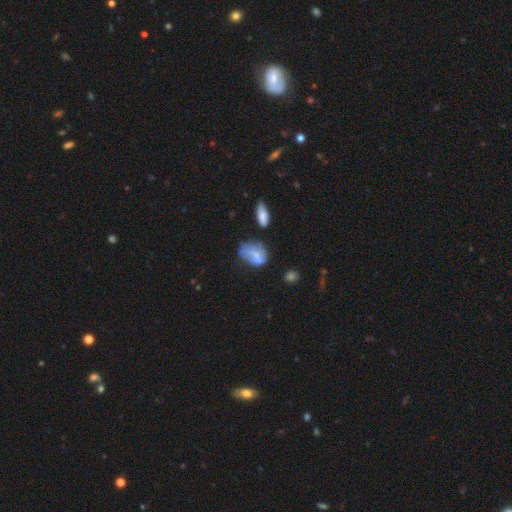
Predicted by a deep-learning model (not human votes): This appears to be a smooth galaxy with no disk features (57%) that is in between round and cigar-shaped (78%). Merging: none (33%).